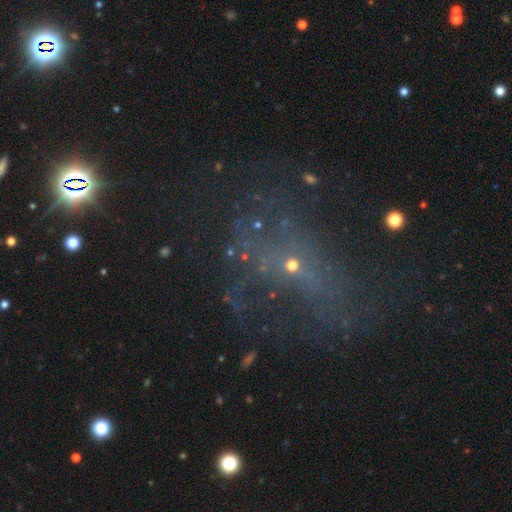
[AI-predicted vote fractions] Morphology: type=featured or disk (39%); merging=none (49%).